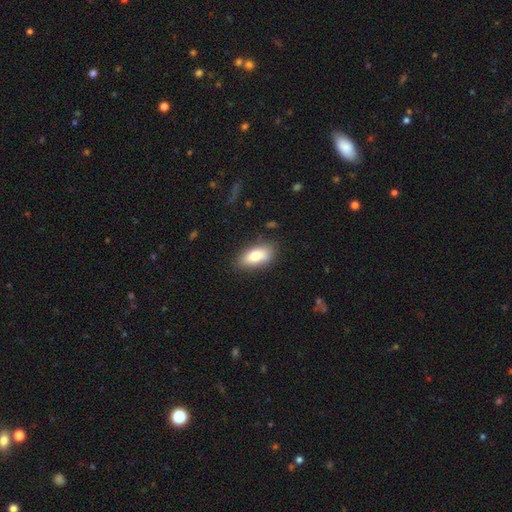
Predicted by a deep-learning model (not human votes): Smooth or featured?
  - smooth: 79% *
  - featured or disk: 13%
  - star or artifact: 7%
How rounded?
  - in between: 88% *
  - cigar-shaped: 8%
  - round: 4%
Merging?
  - none: 80% *
  - minor disturbance: 15%
  - major disturbance: 3%
  - merger: 2%